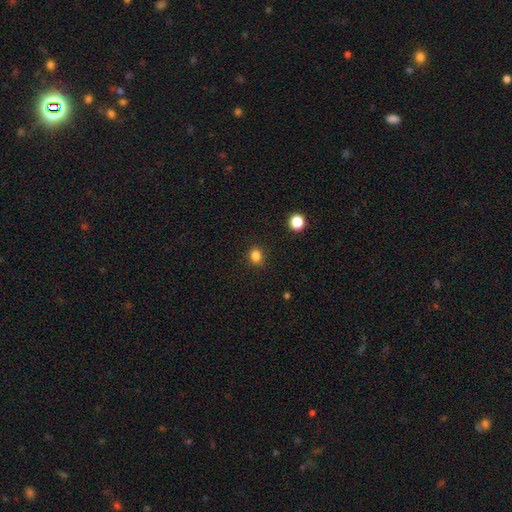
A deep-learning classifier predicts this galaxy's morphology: Overall: smooth (84%). How rounded: round (67%; in between 32%). Merging: none (86%).